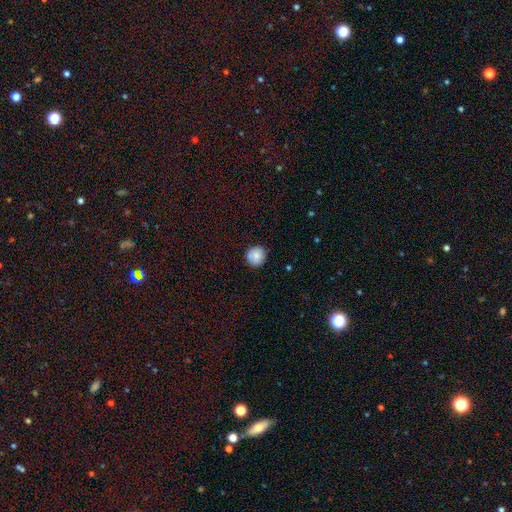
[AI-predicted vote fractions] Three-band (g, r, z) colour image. It shows a smooth galaxy with no disk features (83%) that is round (92%). Merging: none (84%).